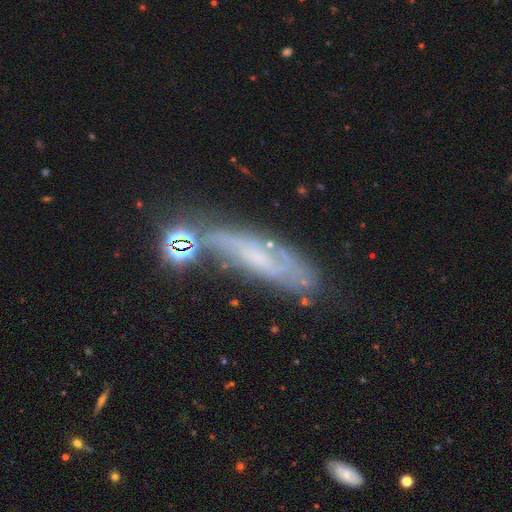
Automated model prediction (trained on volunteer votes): Smooth or featured: featured or disk — 63% (smooth — 25%)
Edge-on disk: no — 68% (yes — 32%)
Merging: none — 47% (minor disturbance — 22%)